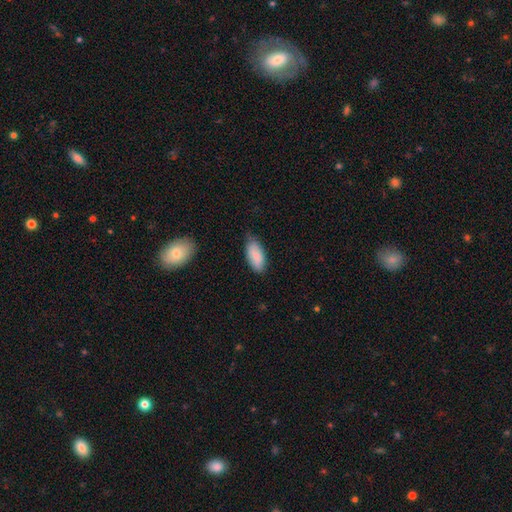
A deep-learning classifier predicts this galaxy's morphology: smooth 84%, featured or disk 9%, star or artifact 6%. Down the decision tree: how rounded — in between (90%); merging — none (71%).